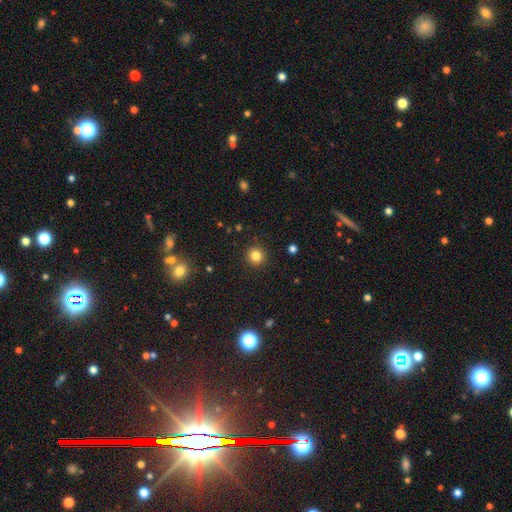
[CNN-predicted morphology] This appears to be a smooth galaxy with no disk features (83%) that is round (94%). Merging: none (92%).